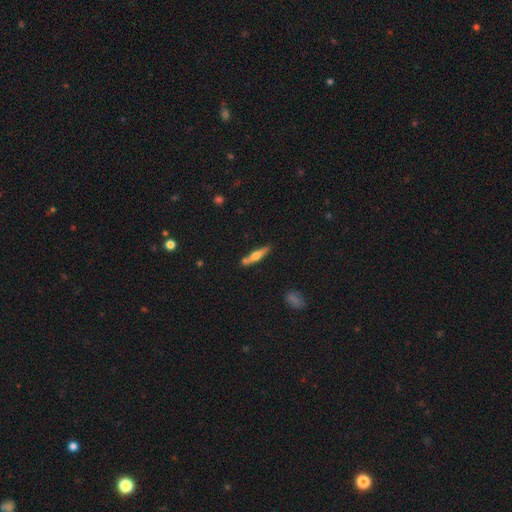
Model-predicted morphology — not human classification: A featured or disk galaxy (52%) viewed edge-on (93%). Merging: none (75%).